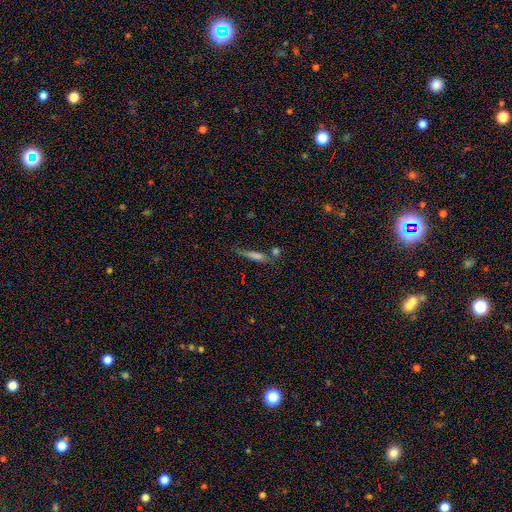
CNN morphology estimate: A smooth galaxy with no disk features (47%). Merging: none (65%).